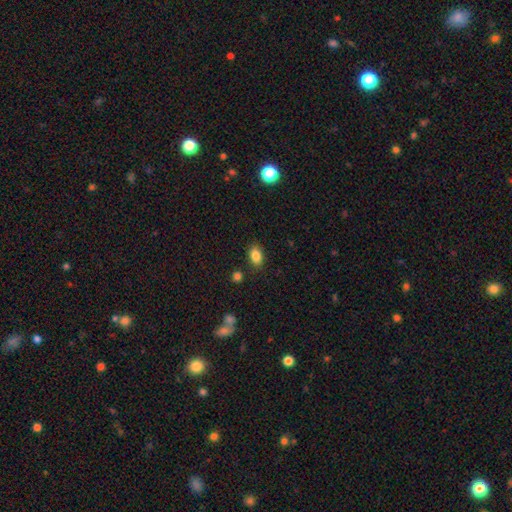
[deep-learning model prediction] Smooth or featured: smooth — 84% (star or artifact — 9%)
How rounded: in between — 85% (round — 14%)
Merging: none — 84% (minor disturbance — 10%)